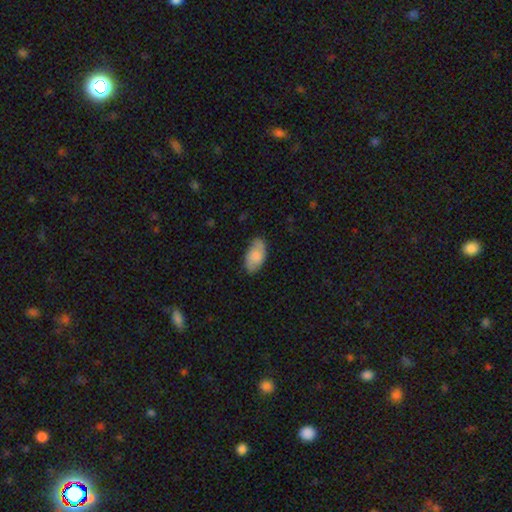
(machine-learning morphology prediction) A smooth galaxy with no disk features (70%) that is in between round and cigar-shaped (94%). Merging: none (75%).